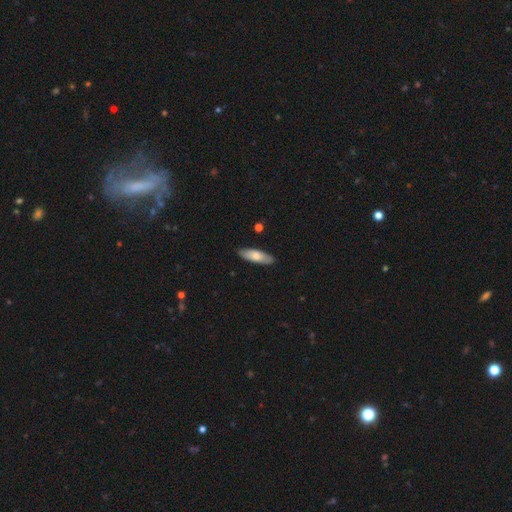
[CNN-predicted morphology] Smooth or featured? smooth (69%)
How rounded? in between (58%)
Merging? none (87%)